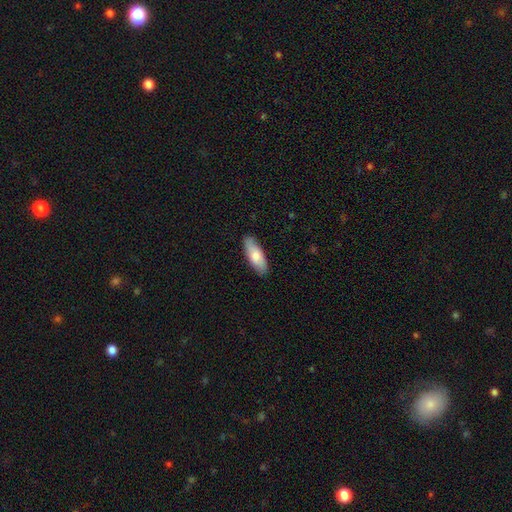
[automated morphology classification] Smooth or featured: smooth — 73% (featured or disk — 22%)
How rounded: in between — 68% (cigar-shaped — 30%)
Merging: none — 87% (minor disturbance — 11%)